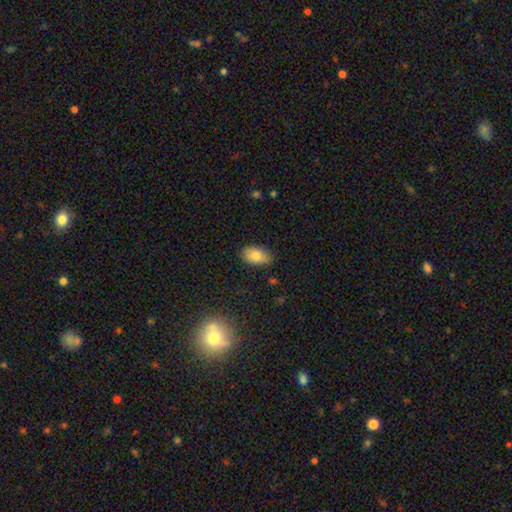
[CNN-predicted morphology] This appears to be a smooth galaxy with no disk features (84%) that is in between round and cigar-shaped (91%). Merging: none (77%).